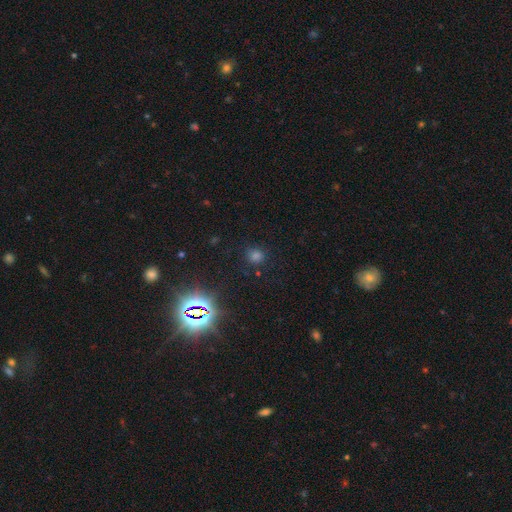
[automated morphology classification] A smooth galaxy with no disk features (55%) that is round (85%). Merging: none (86%).